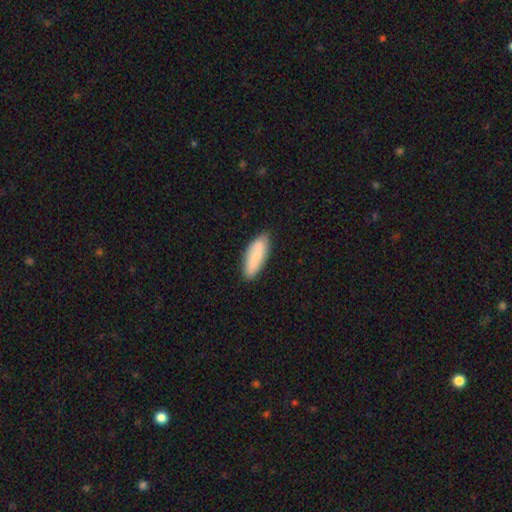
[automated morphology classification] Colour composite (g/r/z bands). It shows a smooth galaxy with no disk features (69%) that is in between round and cigar-shaped (67%). Merging: none (83%).